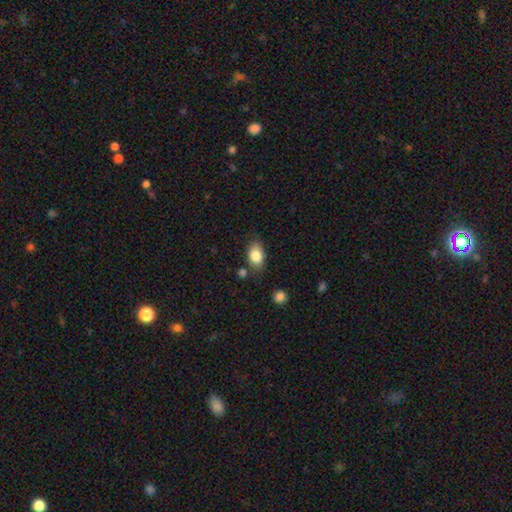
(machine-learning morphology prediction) smooth 83%, featured or disk 9%, star or artifact 8%. Down the decision tree: how rounded — in between (86%); merging — none (75%).